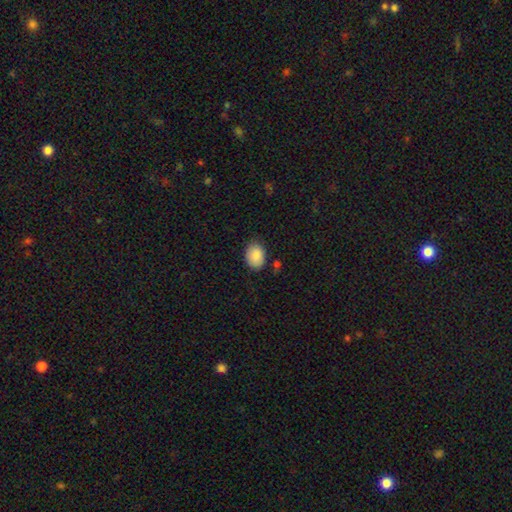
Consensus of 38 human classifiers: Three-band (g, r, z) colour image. It shows a smooth galaxy with no disk features (92%) that is in between round and cigar-shaped (77%). Merging: none (83%).